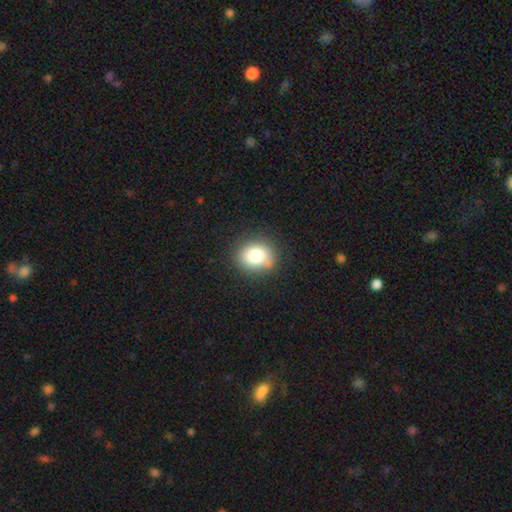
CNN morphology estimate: This appears to be a smooth galaxy with no disk features (81%) that is round (63%). Merging: none (78%).